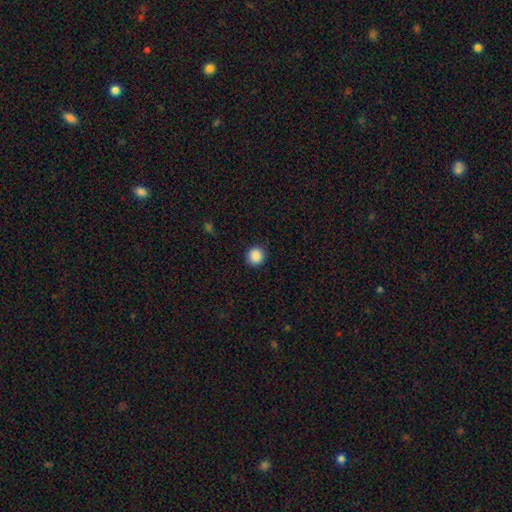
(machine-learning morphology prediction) type=smooth (88%); roundness=round (91%); merging=none (91%).